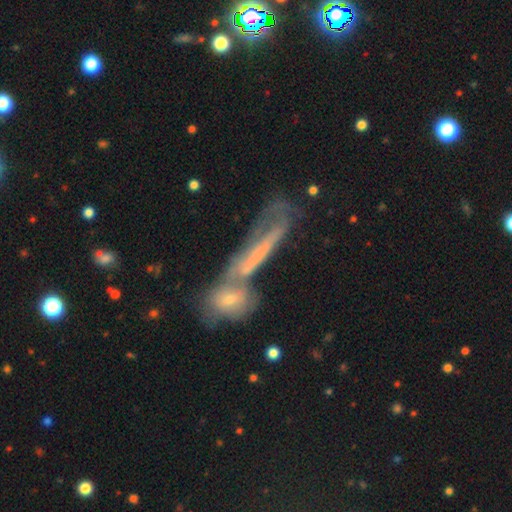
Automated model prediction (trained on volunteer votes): smooth_or_featured: featured or disk (p=0.47) [alt: smooth p=0.44]
merging: merger (p=0.53) [alt: none p=0.24]